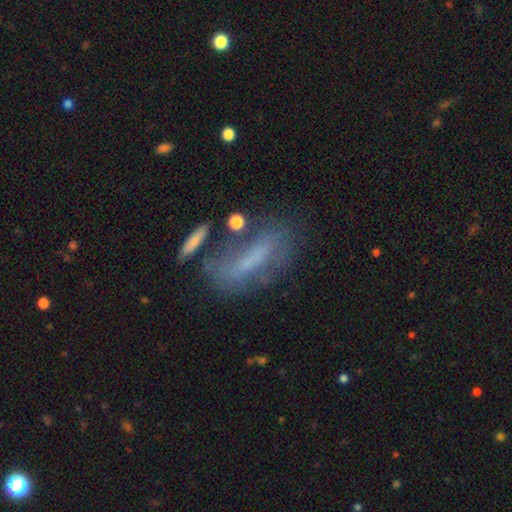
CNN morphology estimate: Smooth or featured?
  - featured or disk: 43% *
  - smooth: 42%
  - star or artifact: 15%
Merging?
  - none: 49% *
  - minor disturbance: 21%
  - major disturbance: 16%
  - merger: 13%